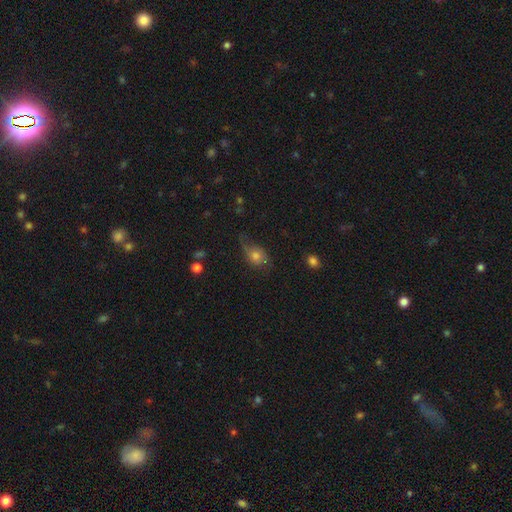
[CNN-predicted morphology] Smooth or featured? smooth (60%)
How rounded? in between (59%)
Merging? none (48%)